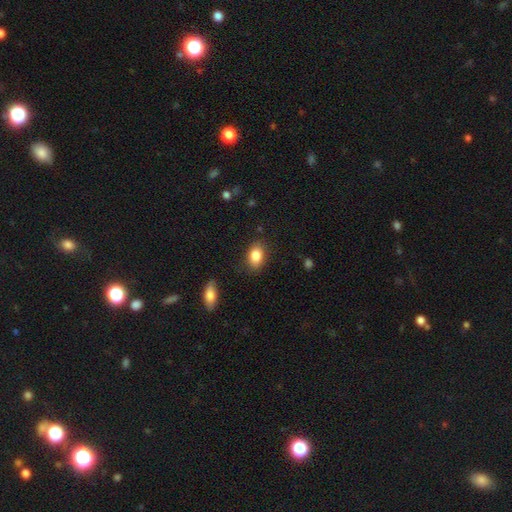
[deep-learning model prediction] The model was most divided on "how rounded": in between: 83%, round: 15%, cigar-shaped: 2%. More confident: smooth or featured — smooth (85%); merging — none (83%).